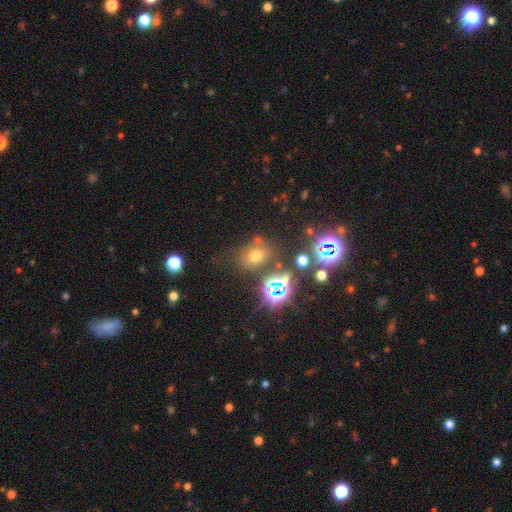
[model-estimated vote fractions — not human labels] The model was most divided on "how rounded": round: 50%, in between: 49%, cigar-shaped: 2%. More confident: merging — none (70%); smooth or featured — smooth (57%).